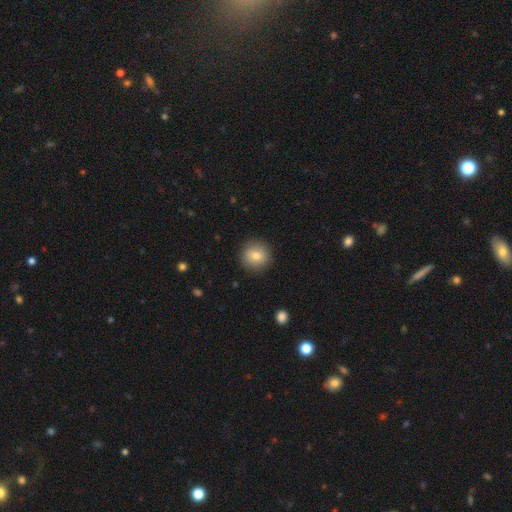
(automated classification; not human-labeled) This is clearly a smooth galaxy (81%). How rounded: clearly round (93%). Merging: clearly none (90%).